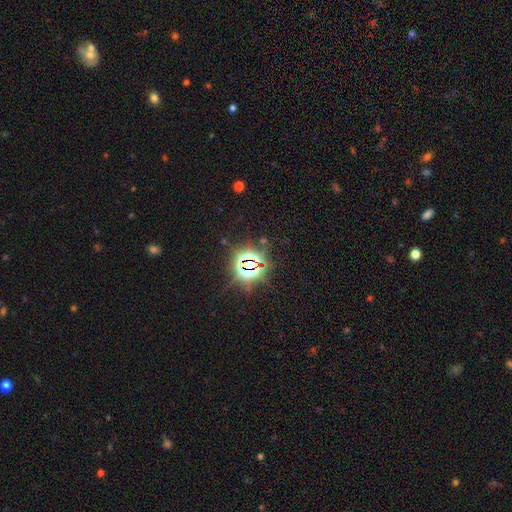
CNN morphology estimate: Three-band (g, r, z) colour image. It shows a star or artifact, not a galaxy (82%).